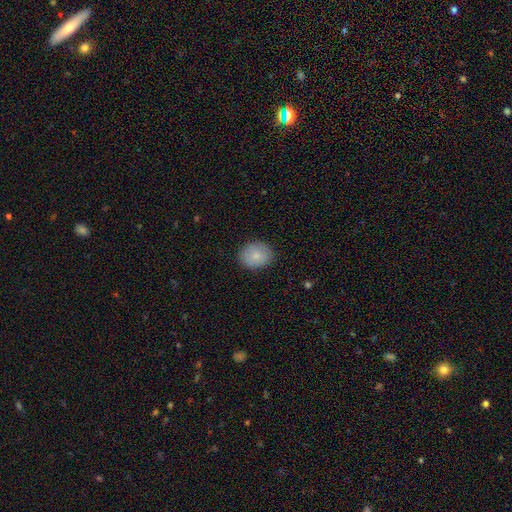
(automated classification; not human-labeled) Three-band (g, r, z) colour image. It shows a smooth galaxy with no disk features (83%) that is round (58%). Merging: none (86%).